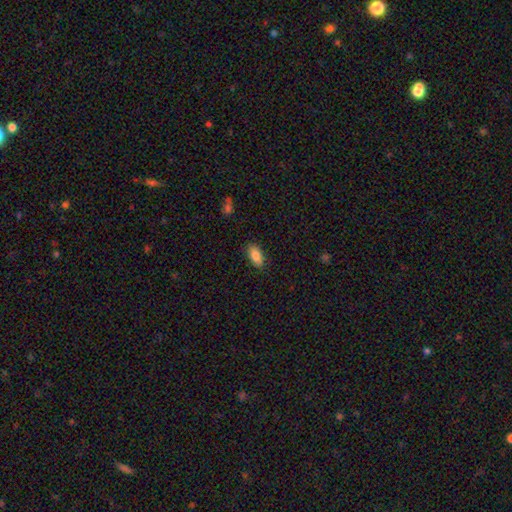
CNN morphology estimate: The model was most divided on "merging": none: 85%, minor disturbance: 12%, major disturbance: 2%, merger: 1%. More confident: how rounded — in between (89%); smooth or featured — smooth (86%).